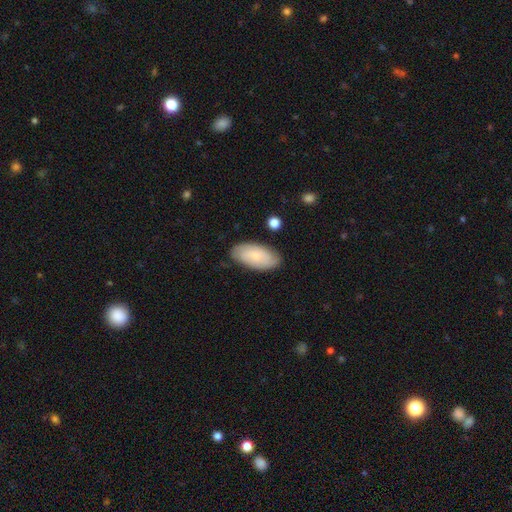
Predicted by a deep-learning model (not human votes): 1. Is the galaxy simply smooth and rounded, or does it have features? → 64% smooth, 30% featured or disk, 6% star or artifact.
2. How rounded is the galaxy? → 93% in between, 4% cigar-shaped, 2% round.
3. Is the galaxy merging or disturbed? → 80% none, 16% minor disturbance, 3% major disturbance, 2% merger.